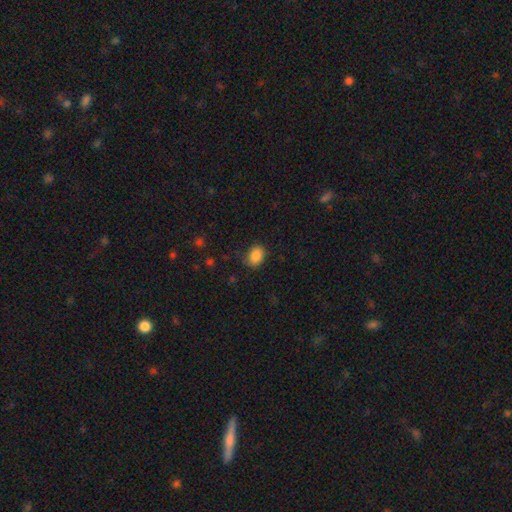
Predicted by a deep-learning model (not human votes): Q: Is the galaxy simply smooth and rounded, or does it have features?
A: smooth — 87%.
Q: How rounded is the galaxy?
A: in between — 71%.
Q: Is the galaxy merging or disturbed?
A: none — 77%.